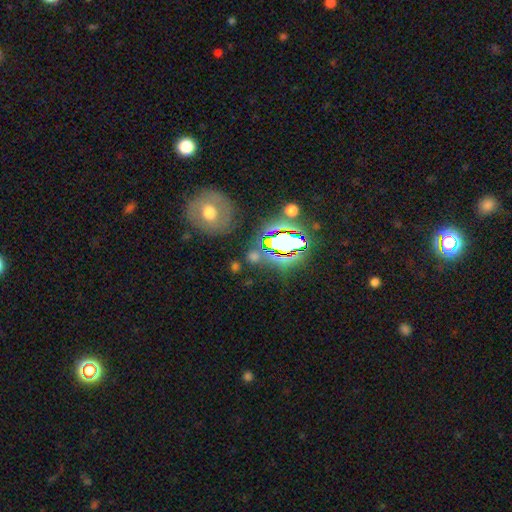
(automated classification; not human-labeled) Smooth or featured?
  - star or artifact: 50% *
  - smooth: 36%
  - featured or disk: 14%